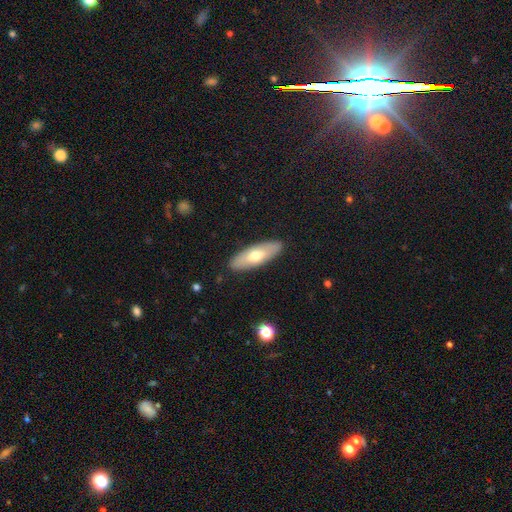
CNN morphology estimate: A smooth galaxy with no disk features (59%) that is in between round and cigar-shaped (65%). Merging: none (88%).